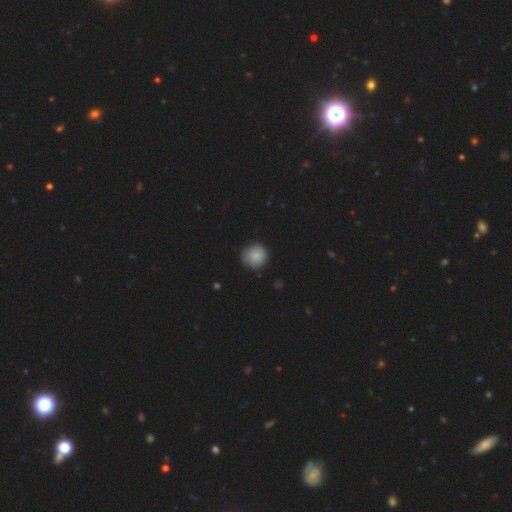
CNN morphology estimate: Q: Smooth or featured?
A: smooth (86%); runner-up: star or artifact (9%)
Q: How rounded?
A: round (90%); runner-up: in between (9%)
Q: Merging?
A: none (86%); runner-up: minor disturbance (11%)